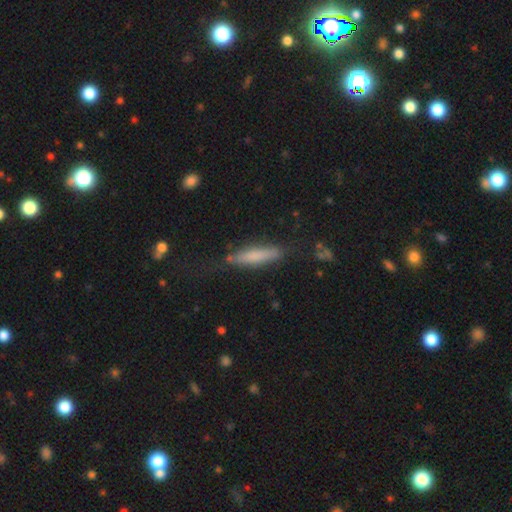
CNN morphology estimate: Overall: smooth (68%). How rounded: cigar-shaped (84%). Merging: none (73%).